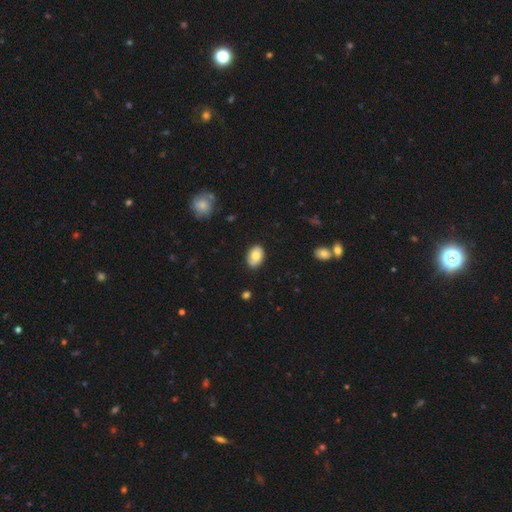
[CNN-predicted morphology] Overall: smooth (80%). How rounded: in between (87%). Merging: none (84%).